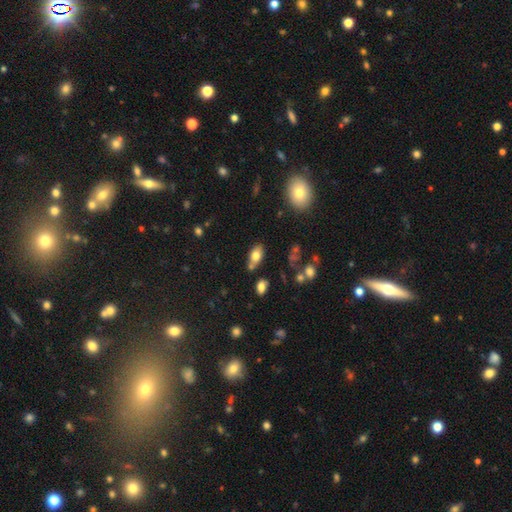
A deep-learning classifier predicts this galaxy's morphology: Smooth or featured? smooth (75%)
How rounded? in between (88%)
Merging? none (62%)